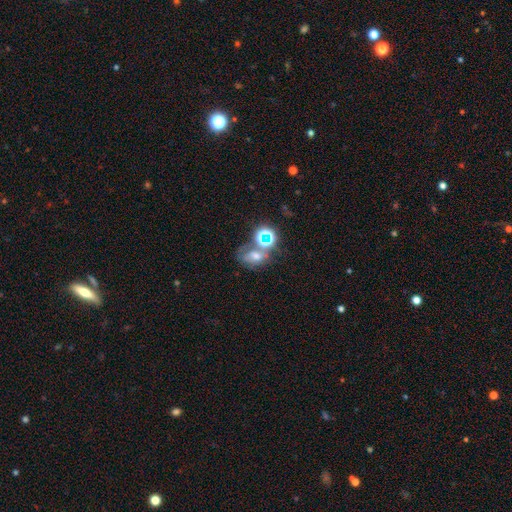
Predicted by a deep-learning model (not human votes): This is marginally a star or artifact rather than a galaxy (37%).